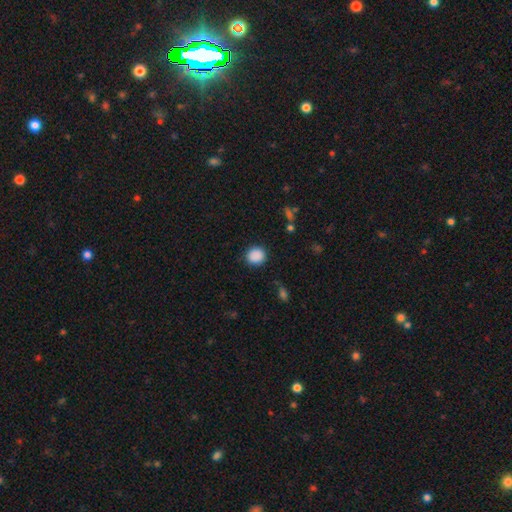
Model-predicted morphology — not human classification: The model was most divided on "how rounded": round: 88%, in between: 11%, cigar-shaped: 1%. More confident: smooth or featured — smooth (88%); merging — none (87%).